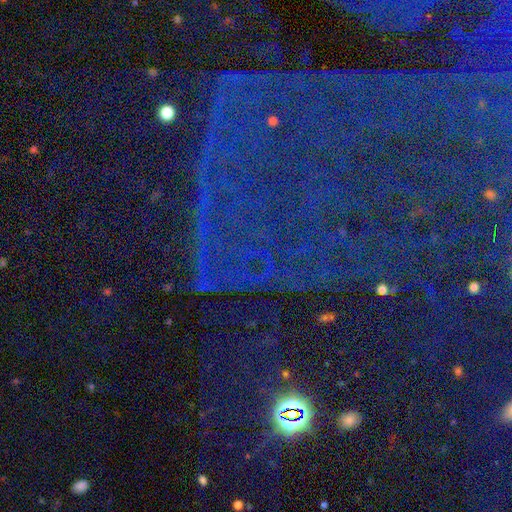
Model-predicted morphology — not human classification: Smooth or featured: star or artifact — 86% (smooth — 7%)